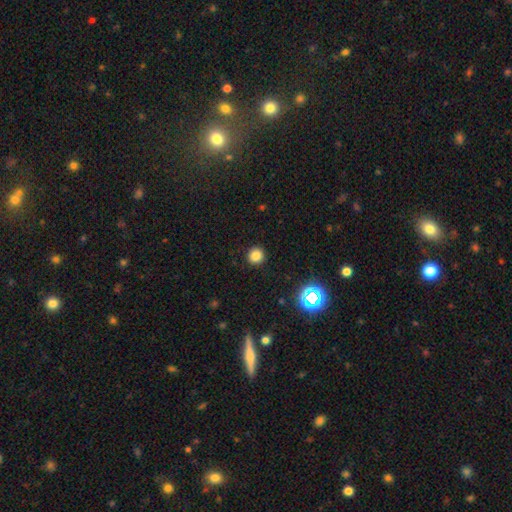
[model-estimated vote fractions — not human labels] Smooth or featured? Predicted: smooth (p=0.81). How rounded? Predicted: round (p=0.93). Merging? Predicted: none (p=0.92).